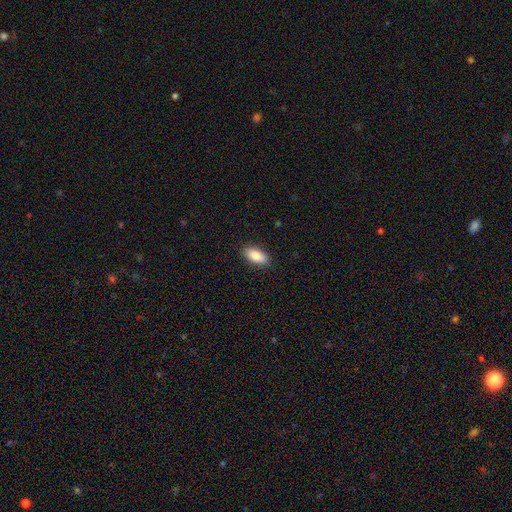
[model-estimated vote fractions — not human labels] Morphology: type=smooth (84%); roundness=in between (89%); merging=none (88%).